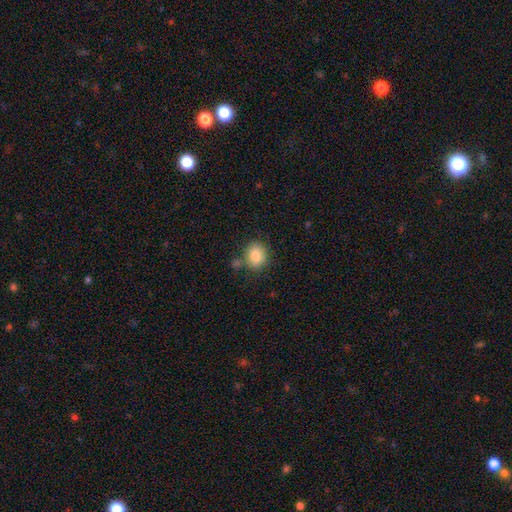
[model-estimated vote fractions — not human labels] smooth-or-featured: smooth: 83% | star or artifact: 9% | featured or disk: 7%
  how-rounded: round: 65% | in between: 34% | cigar-shaped: 1%
  merging: none: 75% | minor disturbance: 13% | merger: 9% | major disturbance: 3%